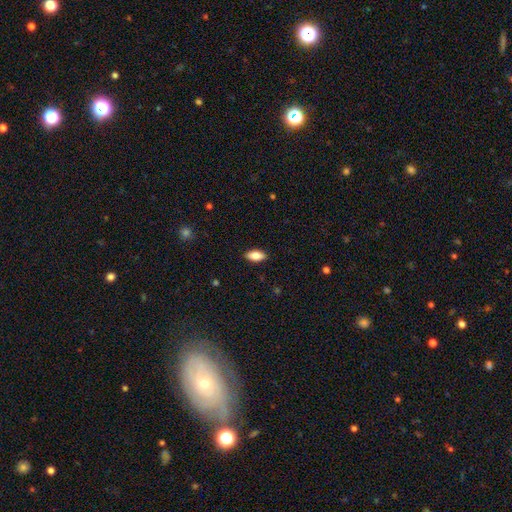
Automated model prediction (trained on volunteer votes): A smooth galaxy with no disk features (78%) that is in between round and cigar-shaped (87%).

Vote fractions:
- Smooth or featured? smooth: 78% / featured or disk: 15% / star or artifact: 7%
- How rounded? in between: 87% / cigar-shaped: 11% / round: 3%
- Merging? none: 89% / minor disturbance: 8% / major disturbance: 2% / merger: 1%